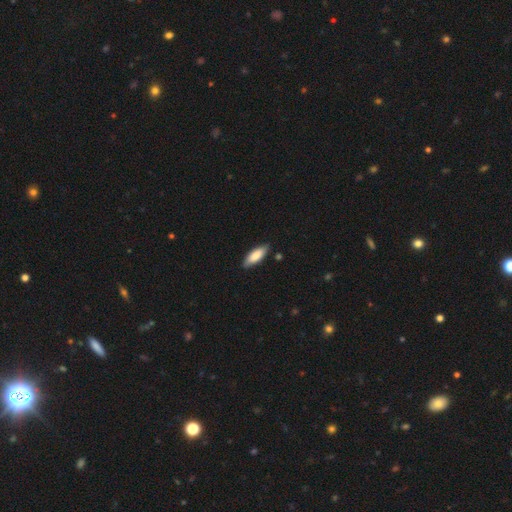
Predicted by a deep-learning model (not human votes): Smooth or featured? smooth (82%)
How rounded? in between (69%)
Merging? none (83%)